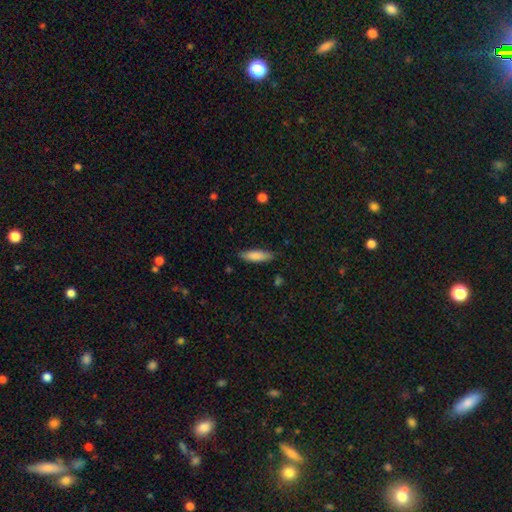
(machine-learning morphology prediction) The model was most divided on "how rounded": cigar-shaped: 55%, in between: 44%, round: 1%. More confident: smooth or featured — smooth (84%); merging — none (83%).